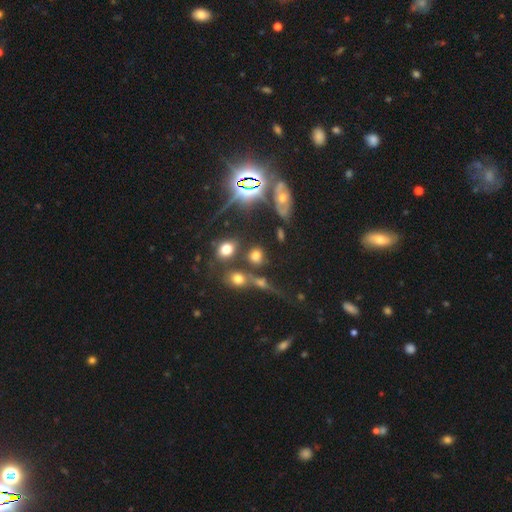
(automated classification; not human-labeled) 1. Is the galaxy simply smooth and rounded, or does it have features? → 62% smooth, 24% star or artifact, 13% featured or disk.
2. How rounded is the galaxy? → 65% round, 31% in between, 4% cigar-shaped.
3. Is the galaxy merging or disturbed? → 59% none, 20% merger, 12% minor disturbance, 9% major disturbance.